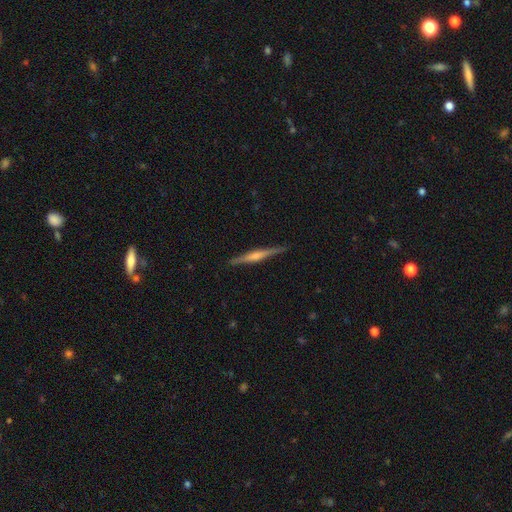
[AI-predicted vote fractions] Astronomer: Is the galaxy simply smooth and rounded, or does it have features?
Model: featured or disk — 73%.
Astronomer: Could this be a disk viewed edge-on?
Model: yes — 98%.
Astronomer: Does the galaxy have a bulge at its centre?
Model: rounded — 75%.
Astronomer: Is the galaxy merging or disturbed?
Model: none — 89%.